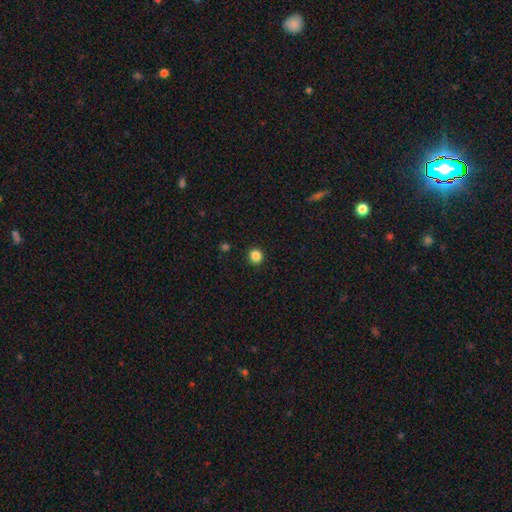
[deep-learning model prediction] smooth_or_featured: smooth (p=0.85) [alt: star or artifact p=0.12]
how_rounded: round (p=0.93) [alt: in between p=0.06]
merging: none (p=0.93) [alt: minor disturbance p=0.04]